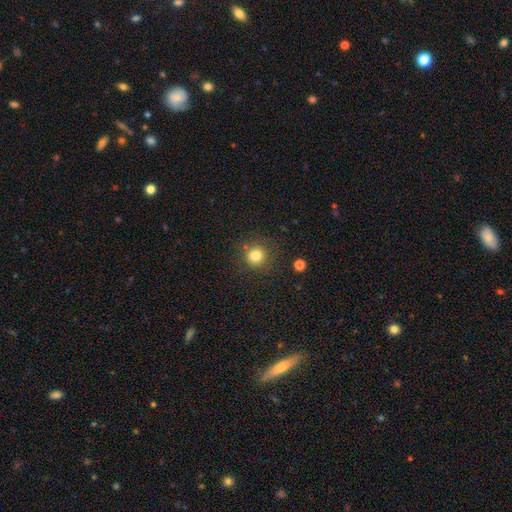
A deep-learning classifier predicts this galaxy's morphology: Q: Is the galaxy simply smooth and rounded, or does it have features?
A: smooth — 81%.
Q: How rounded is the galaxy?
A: round — 93%.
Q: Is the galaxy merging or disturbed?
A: none — 85%.